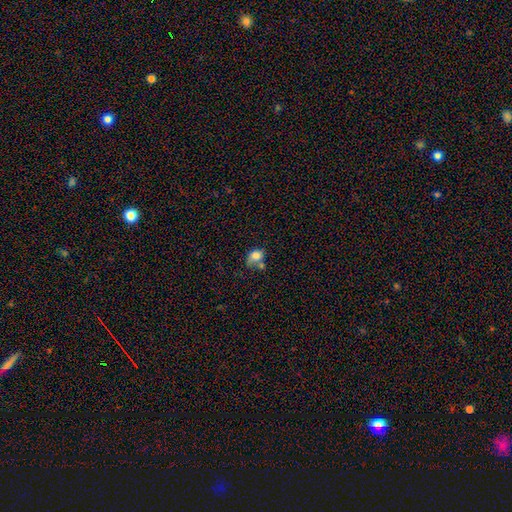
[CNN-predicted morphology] type=smooth (77%); roundness=in between (53%); merging=none (34%).